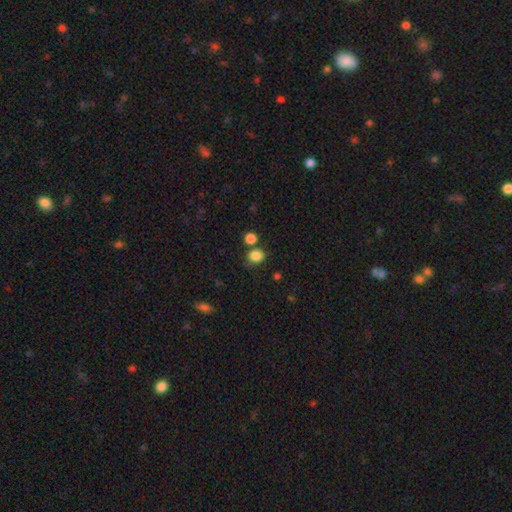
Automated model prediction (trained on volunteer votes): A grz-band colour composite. It shows a smooth galaxy with no disk features (85%) that is round (60%). Merging: none (66%).